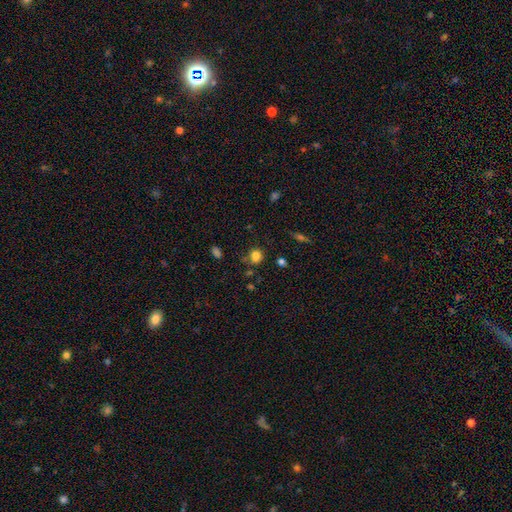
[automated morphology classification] This is clearly a smooth galaxy (80%). How rounded: likely round (70%). Merging: likely none (69%).